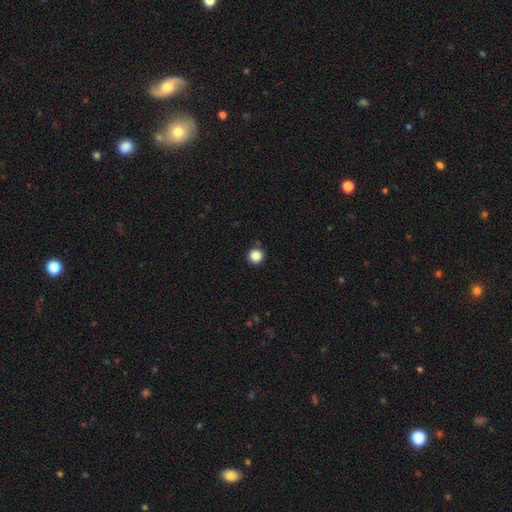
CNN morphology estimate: type=smooth (86%); roundness=round (95%); merging=none (90%).